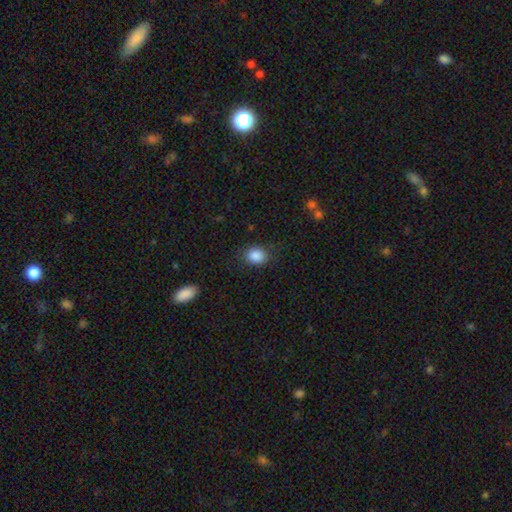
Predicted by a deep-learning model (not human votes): Smooth or featured? smooth (87%)
How rounded? round (60%)
Merging? none (81%)